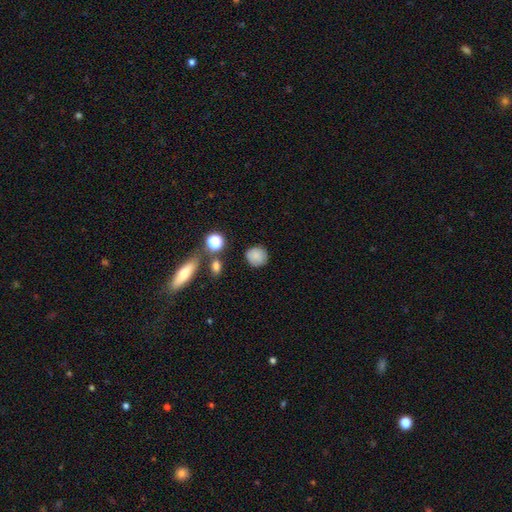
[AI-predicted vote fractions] Smooth or featured?
  - smooth: 83% *
  - star or artifact: 11%
  - featured or disk: 6%
How rounded?
  - round: 87% *
  - in between: 12%
  - cigar-shaped: 1%
Merging?
  - none: 84% *
  - minor disturbance: 10%
  - merger: 3%
  - major disturbance: 3%